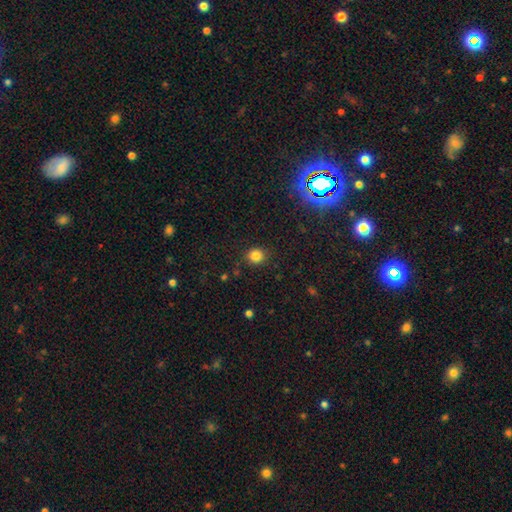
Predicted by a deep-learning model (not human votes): Smooth or featured? Predicted: smooth (p=0.83). How rounded? Predicted: round (p=0.88). Merging? Predicted: none (p=0.88).